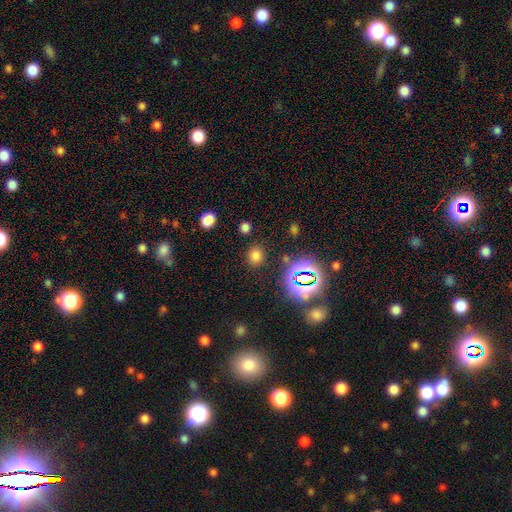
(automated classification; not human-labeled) smooth-or-featured: smooth: 69% | star or artifact: 25% | featured or disk: 6%
  how-rounded: round: 69% | in between: 30% | cigar-shaped: 1%
  merging: none: 85% | minor disturbance: 8% | major disturbance: 4% | merger: 3%